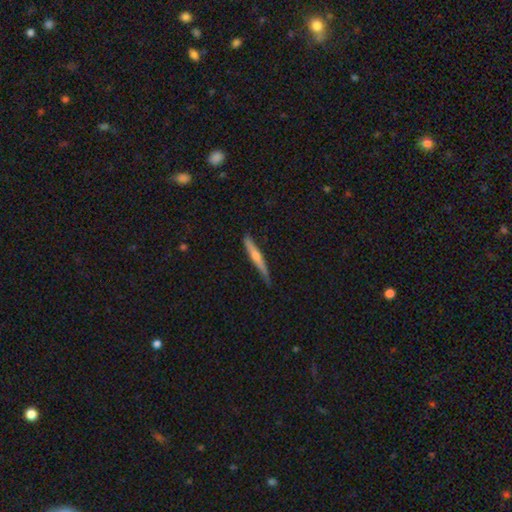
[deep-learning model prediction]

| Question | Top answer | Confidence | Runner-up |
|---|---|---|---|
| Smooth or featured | featured or disk | 66% | smooth (28%) |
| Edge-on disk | yes | 97% | no (3%) |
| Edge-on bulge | rounded | 82% | none (13%) |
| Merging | none | 84% | minor disturbance (13%) |